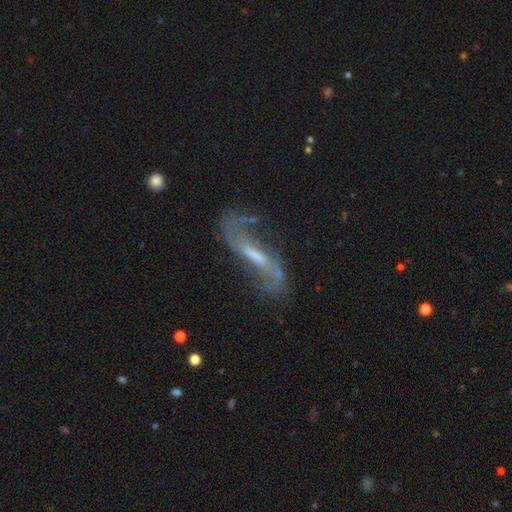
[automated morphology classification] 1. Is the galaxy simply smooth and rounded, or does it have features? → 78% featured or disk, 14% smooth, 8% star or artifact.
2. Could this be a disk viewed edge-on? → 82% no, 18% yes.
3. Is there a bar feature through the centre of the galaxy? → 42% strong, 41% weak, 17% no.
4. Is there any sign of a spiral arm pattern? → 88% yes, 12% no.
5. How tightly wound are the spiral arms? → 81% loose, 15% medium, 5% tight.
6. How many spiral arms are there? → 88% 2, 5% can't tell, 4% 1, 1% 3, 1% 4, 1% more than 4.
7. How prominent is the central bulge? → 34% moderate, 32% small, 25% none, 8% large, 2% dominant.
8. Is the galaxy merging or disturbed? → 55% none, 21% minor disturbance, 18% major disturbance, 6% merger.